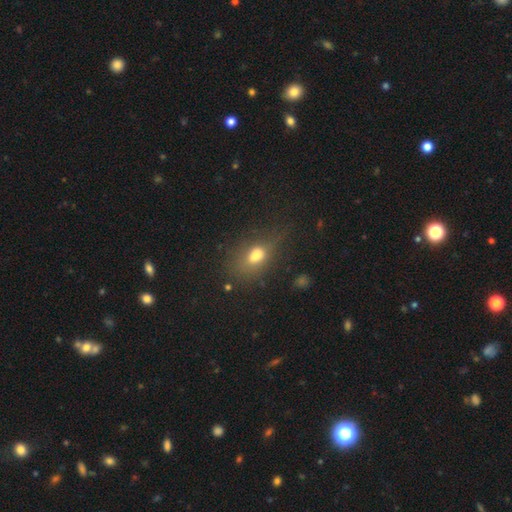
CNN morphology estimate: A smooth galaxy with no disk features (71%) that is in between round and cigar-shaped (72%).

Vote fractions:
- Smooth or featured? smooth: 71% / star or artifact: 15% / featured or disk: 14%
- How rounded? in between: 72% / round: 24% / cigar-shaped: 4%
- Merging? none: 52% / minor disturbance: 24% / major disturbance: 19% / merger: 5%